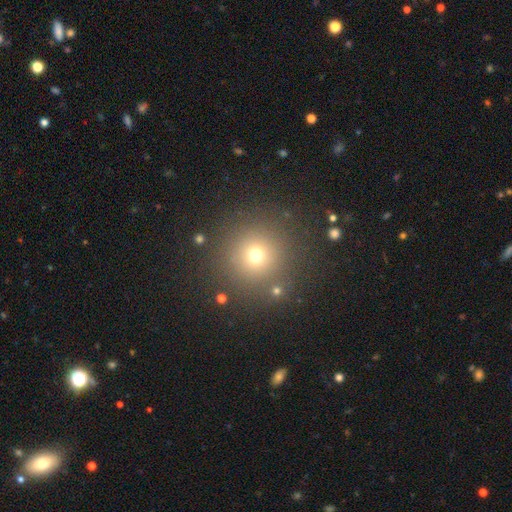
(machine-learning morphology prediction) Q: Smooth or featured?
A: smooth (70%); runner-up: star or artifact (21%)
Q: How rounded?
A: round (95%); runner-up: in between (4%)
Q: Merging?
A: none (85%); runner-up: minor disturbance (7%)